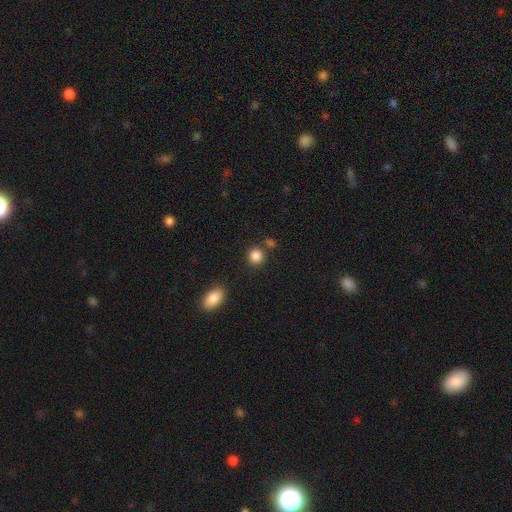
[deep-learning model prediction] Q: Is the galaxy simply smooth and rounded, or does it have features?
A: smooth — 86%.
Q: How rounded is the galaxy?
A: round — 86%.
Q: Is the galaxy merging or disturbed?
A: none — 79%.